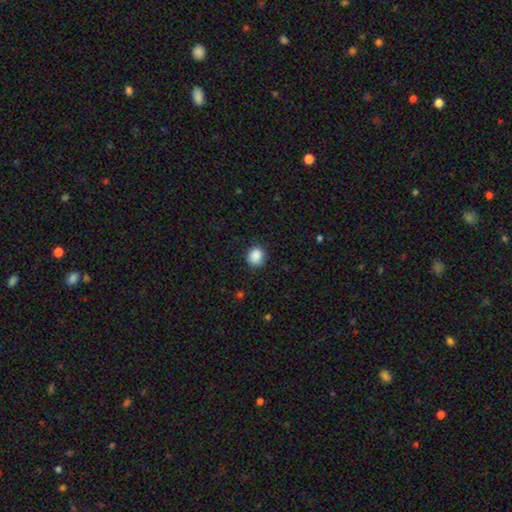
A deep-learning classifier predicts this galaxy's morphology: A smooth galaxy with no disk features (88%) that is round (73%).

Vote fractions:
- Smooth or featured? smooth: 88% / star or artifact: 9% / featured or disk: 3%
- How rounded? round: 73% / in between: 26% / cigar-shaped: 1%
- Merging? none: 85% / minor disturbance: 11% / major disturbance: 3% / merger: 1%